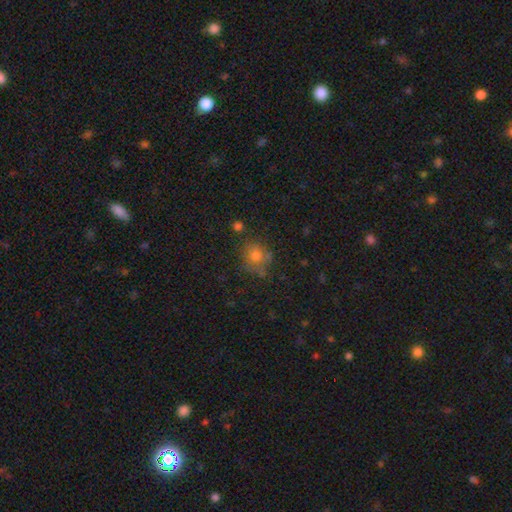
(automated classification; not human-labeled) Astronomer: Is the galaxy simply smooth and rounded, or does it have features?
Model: smooth — 71%.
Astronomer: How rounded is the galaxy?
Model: round — 80%.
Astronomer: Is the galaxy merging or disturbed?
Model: none — 64%.